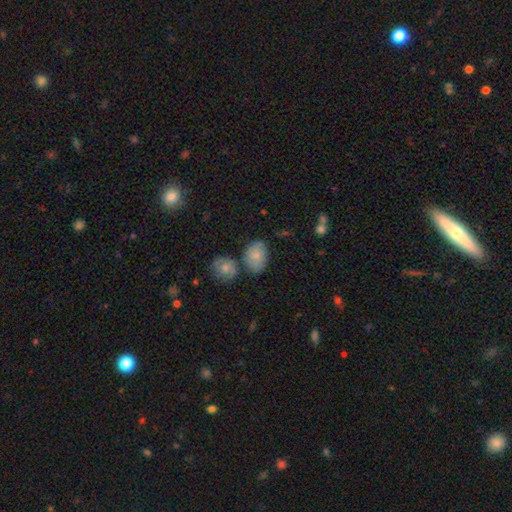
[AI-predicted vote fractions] smooth 76%, featured or disk 17%, star or artifact 7%. Down the decision tree: how rounded — in between (77%); merging — none (56%).